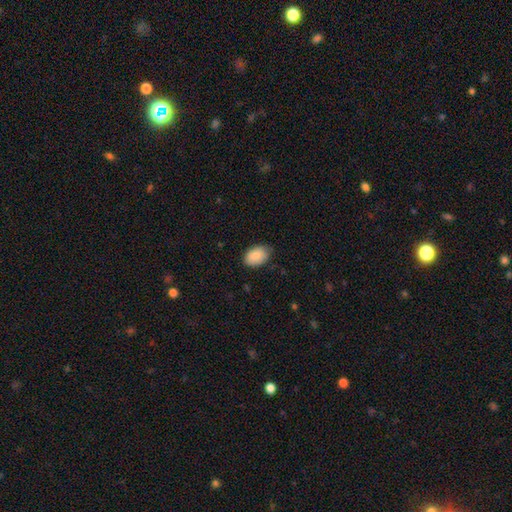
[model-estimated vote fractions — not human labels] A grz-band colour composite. It shows a smooth galaxy with no disk features (88%) that is in between round and cigar-shaped (88%). Merging: none (77%).